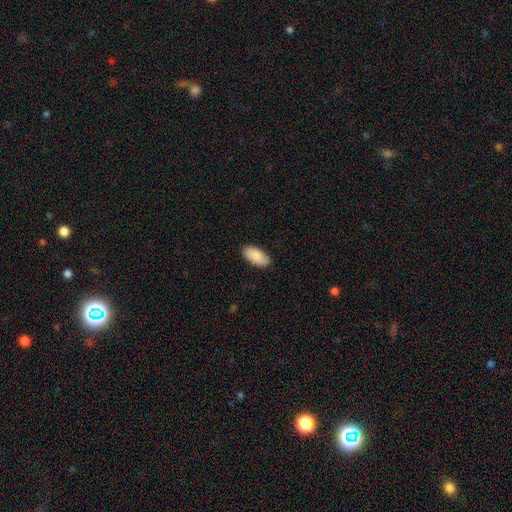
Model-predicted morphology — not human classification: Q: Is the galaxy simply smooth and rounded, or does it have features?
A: smooth — 89%.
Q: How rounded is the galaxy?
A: in between — 93%.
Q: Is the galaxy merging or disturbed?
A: none — 87%.